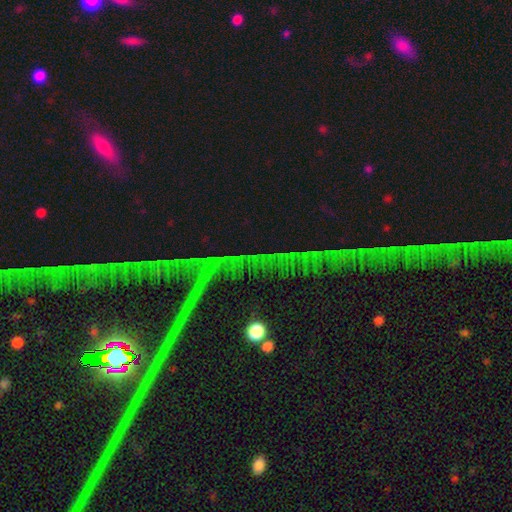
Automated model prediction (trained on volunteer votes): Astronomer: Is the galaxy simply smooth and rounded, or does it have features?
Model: star or artifact — 74%.